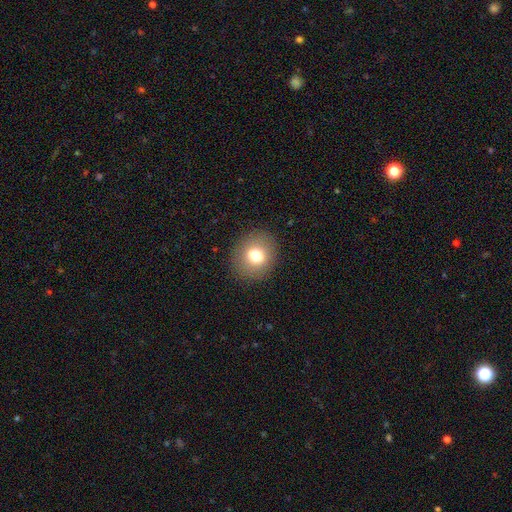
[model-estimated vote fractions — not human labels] A smooth galaxy with no disk features (75%) that is round (77%).

Vote fractions:
- Smooth or featured? smooth: 75% / featured or disk: 14% / star or artifact: 11%
- How rounded? round: 77% / in between: 22% / cigar-shaped: 1%
- Merging? none: 89% / minor disturbance: 7% / major disturbance: 3% / merger: 1%